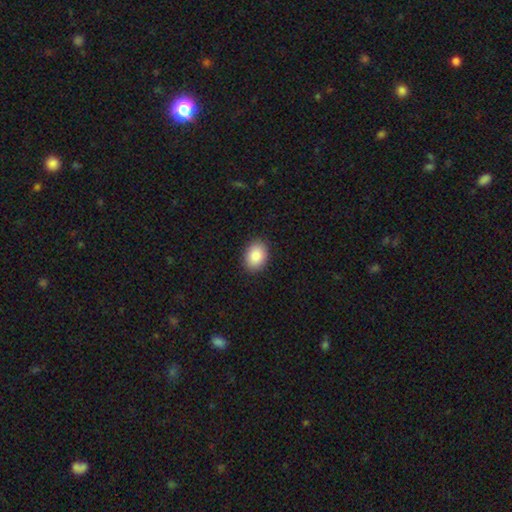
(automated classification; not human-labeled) This is clearly a smooth galaxy (87%). How rounded: likely in between (69%). Merging: clearly none (89%).